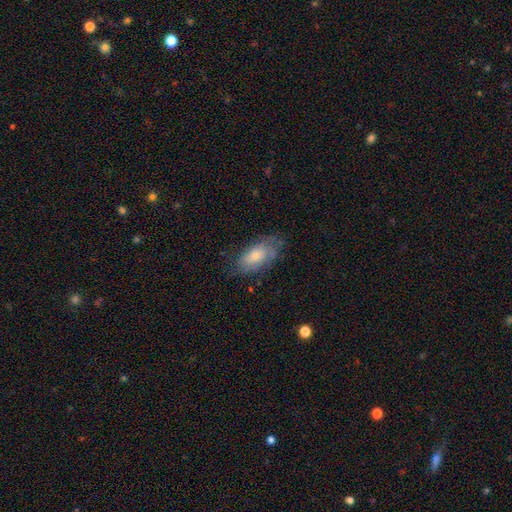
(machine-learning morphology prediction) This appears to be a smooth galaxy with no disk features (65%) that is in between round and cigar-shaped (90%). Merging: none (62%).